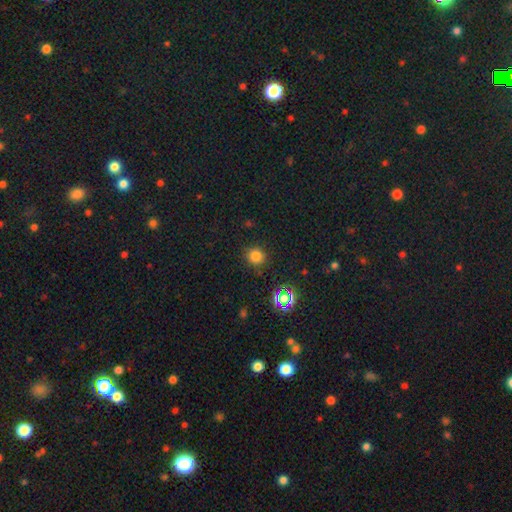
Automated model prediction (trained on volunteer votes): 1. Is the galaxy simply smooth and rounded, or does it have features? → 76% smooth, 19% star or artifact, 5% featured or disk.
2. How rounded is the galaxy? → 85% round, 14% in between, 1% cigar-shaped.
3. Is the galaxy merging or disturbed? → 86% none, 9% minor disturbance, 3% major disturbance, 2% merger.